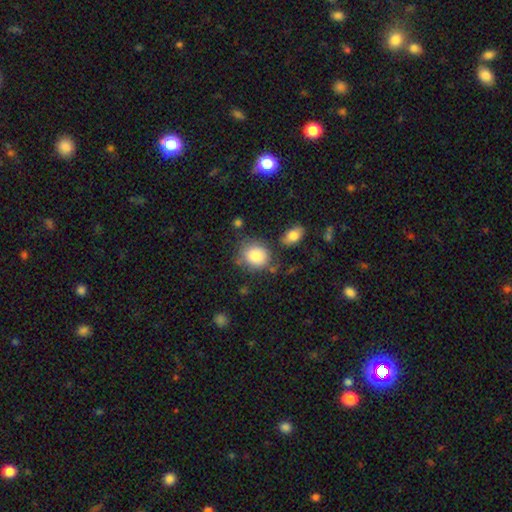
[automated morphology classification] A smooth galaxy with no disk features (85%) that is round (71%).

Vote fractions:
- Smooth or featured? smooth: 85% / star or artifact: 7% / featured or disk: 7%
- How rounded? round: 71% / in between: 28% / cigar-shaped: 1%
- Merging? none: 66% / minor disturbance: 19% / merger: 8% / major disturbance: 6%